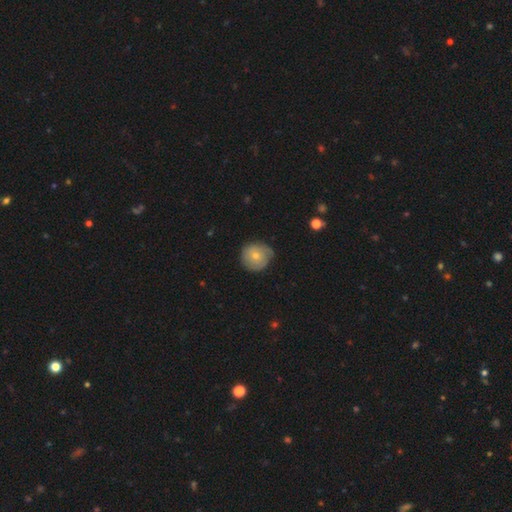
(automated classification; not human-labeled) A smooth galaxy with no disk features (56%) that is round (92%).

Vote fractions:
- Smooth or featured? smooth: 56% / featured or disk: 37% / star or artifact: 7%
- How rounded? round: 92% / in between: 7% / cigar-shaped: 1%
- Merging? none: 69% / minor disturbance: 24% / major disturbance: 6% / merger: 1%